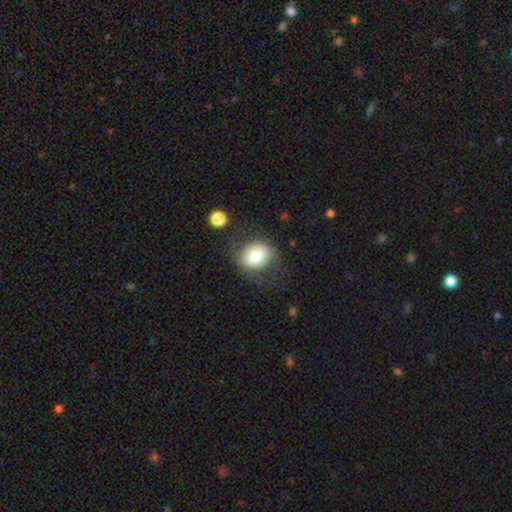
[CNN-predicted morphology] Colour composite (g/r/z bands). It shows a smooth galaxy with no disk features (71%) that is round (73%). Merging: none (67%).